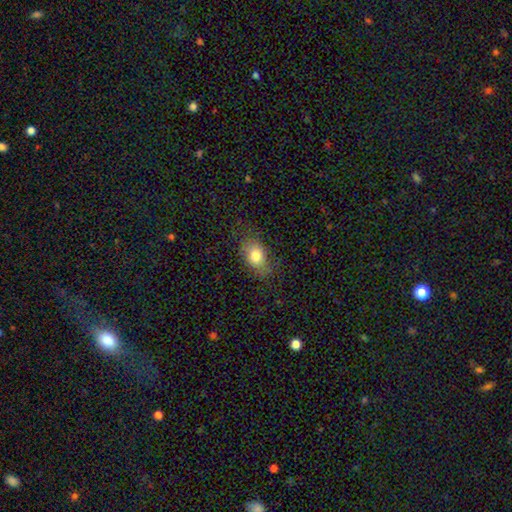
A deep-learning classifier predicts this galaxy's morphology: Smooth or featured? Predicted: smooth (p=0.79). How rounded? Predicted: in between (p=0.76). Merging? Predicted: none (p=0.72).